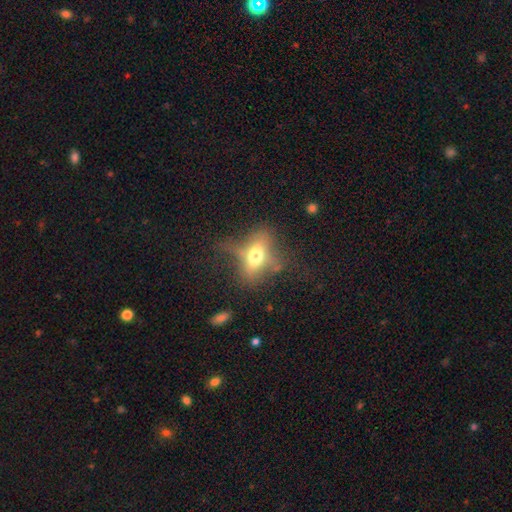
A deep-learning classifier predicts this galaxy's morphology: Smooth or featured? smooth (55%)
How rounded? in between (77%)
Merging? none (42%)